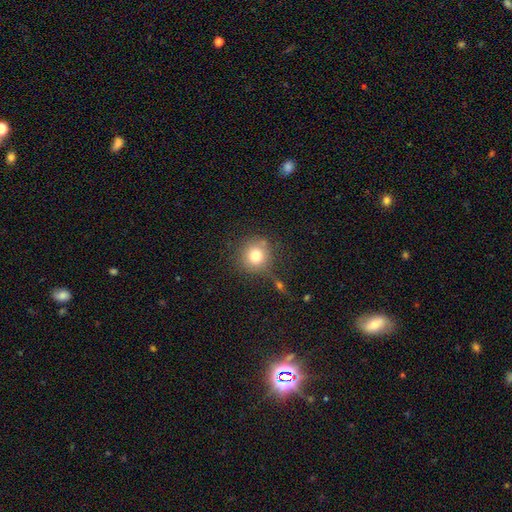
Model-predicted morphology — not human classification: Smooth or featured?
  - smooth: 77% *
  - star or artifact: 12%
  - featured or disk: 11%
How rounded?
  - round: 92% *
  - in between: 7%
  - cigar-shaped: 1%
Merging?
  - none: 73% *
  - minor disturbance: 13%
  - merger: 8%
  - major disturbance: 6%